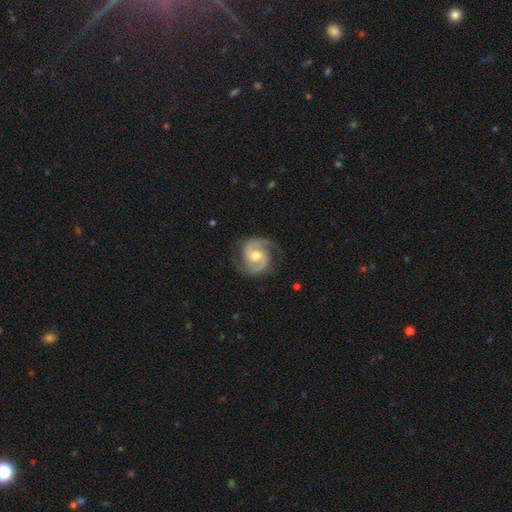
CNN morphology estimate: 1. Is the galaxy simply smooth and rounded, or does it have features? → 91% featured or disk, 5% smooth, 4% star or artifact.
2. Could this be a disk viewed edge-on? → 98% no, 2% yes.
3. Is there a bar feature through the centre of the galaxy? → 48% no, 41% weak, 11% strong.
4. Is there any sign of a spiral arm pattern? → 98% yes, 2% no.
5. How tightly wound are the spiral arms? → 57% medium, 30% tight, 13% loose.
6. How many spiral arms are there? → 93% 2, 2% can't tell, 2% 3, 1% 1, 1% 4, 1% more than 4.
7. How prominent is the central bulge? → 69% moderate, 25% small, 4% large, 1% none, 1% dominant.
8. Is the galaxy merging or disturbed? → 81% none, 14% minor disturbance, 4% major disturbance, 1% merger.